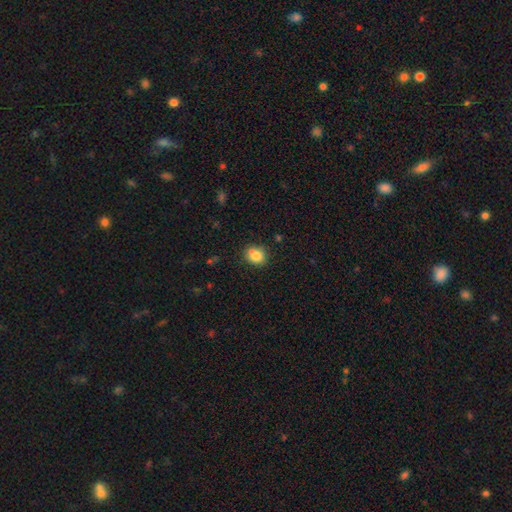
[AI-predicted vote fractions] A smooth galaxy with no disk features (81%) that is round (63%).

Vote fractions:
- Smooth or featured? smooth: 81% / star or artifact: 11% / featured or disk: 9%
- How rounded? round: 63% / in between: 36% / cigar-shaped: 1%
- Merging? none: 70% / minor disturbance: 17% / merger: 9% / major disturbance: 4%